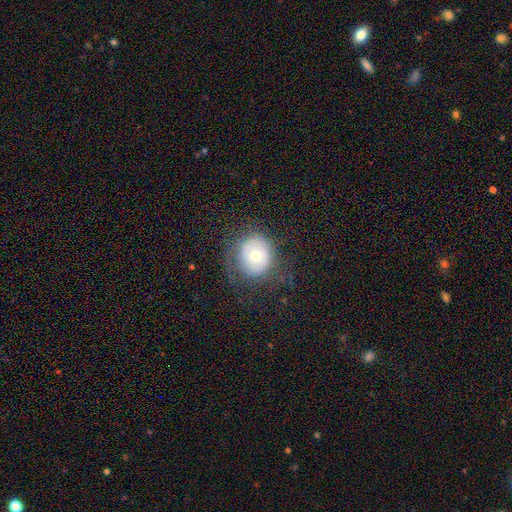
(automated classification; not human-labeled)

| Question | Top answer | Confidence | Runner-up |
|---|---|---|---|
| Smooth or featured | smooth | 56% | featured or disk (34%) |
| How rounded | round | 82% | in between (17%) |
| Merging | none | 62% | minor disturbance (19%) |